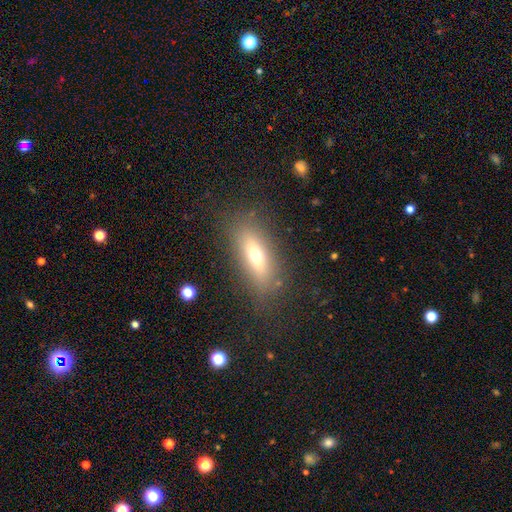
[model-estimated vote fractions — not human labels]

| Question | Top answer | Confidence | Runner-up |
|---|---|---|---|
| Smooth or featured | smooth | 57% | featured or disk (32%) |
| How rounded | in between | 59% | cigar-shaped (37%) |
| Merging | none | 81% | minor disturbance (11%) |